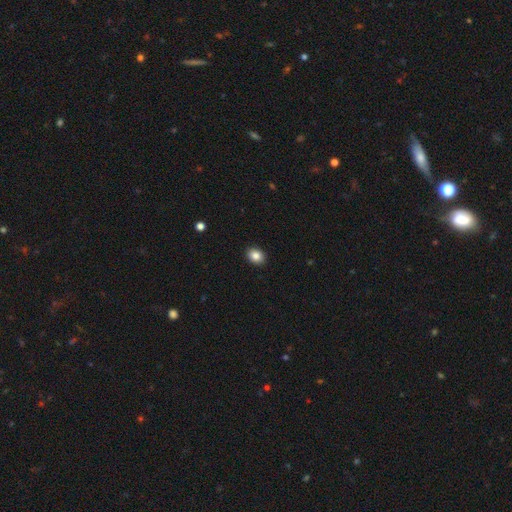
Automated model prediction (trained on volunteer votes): Q: Smooth or featured?
A: smooth (85%); runner-up: star or artifact (9%)
Q: How rounded?
A: in between (56%); runner-up: round (44%)
Q: Merging?
A: none (91%); runner-up: minor disturbance (6%)